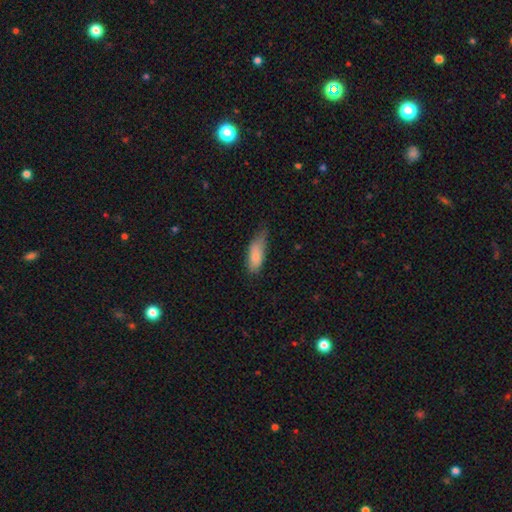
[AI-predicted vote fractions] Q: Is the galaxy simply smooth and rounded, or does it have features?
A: smooth — 81%.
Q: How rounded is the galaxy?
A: in between — 79%.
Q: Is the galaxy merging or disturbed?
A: minor disturbance — 45%.